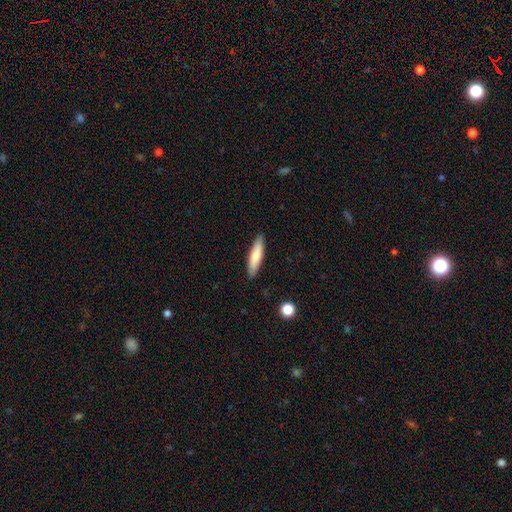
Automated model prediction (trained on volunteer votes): Smooth or featured?
  - smooth: 75% *
  - featured or disk: 19%
  - star or artifact: 6%
How rounded?
  - cigar-shaped: 72% *
  - in between: 26%
  - round: 1%
Merging?
  - none: 89% *
  - minor disturbance: 8%
  - major disturbance: 2%
  - merger: 1%